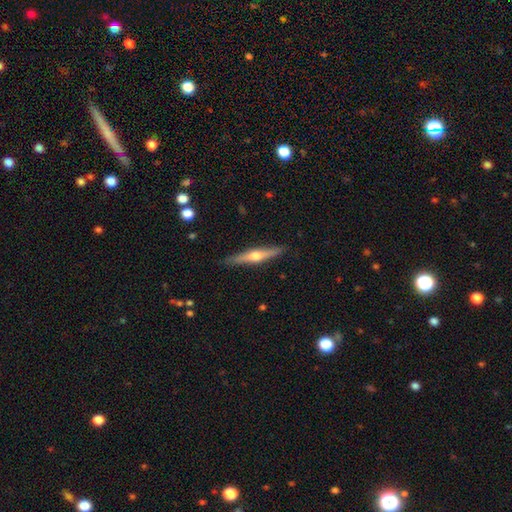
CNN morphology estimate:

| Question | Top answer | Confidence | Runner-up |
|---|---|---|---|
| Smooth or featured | featured or disk | 63% | smooth (32%) |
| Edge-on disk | yes | 97% | no (3%) |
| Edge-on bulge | rounded | 93% | none (4%) |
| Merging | none | 89% | minor disturbance (8%) |